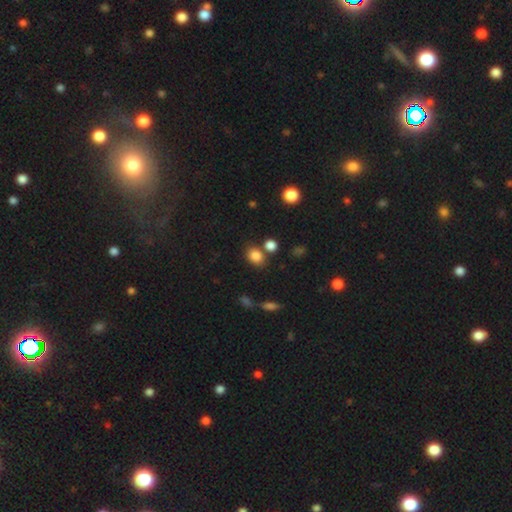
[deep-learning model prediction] smooth-or-featured: smooth: 83% | star or artifact: 12% | featured or disk: 6%
  how-rounded: in between: 52% | round: 46% | cigar-shaped: 1%
  merging: none: 69% | merger: 16% | minor disturbance: 11% | major disturbance: 4%